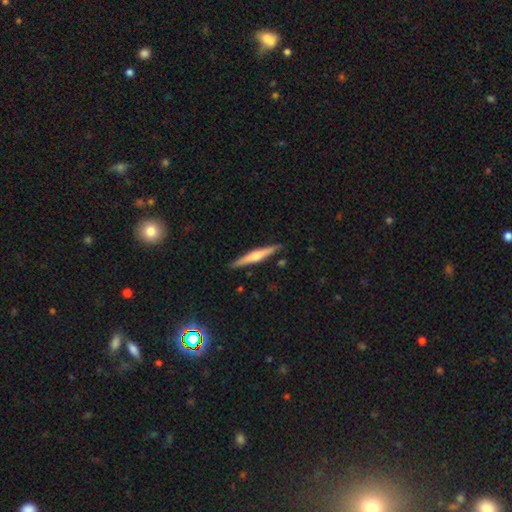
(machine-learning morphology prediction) Smooth or featured?
  - featured or disk: 64% *
  - smooth: 30%
  - star or artifact: 5%
Edge-on disk?
  - yes: 98% *
  - no: 2%
Edge-on bulge?
  - rounded: 83% *
  - boxy: 9%
  - none: 9%
Merging?
  - none: 90% *
  - minor disturbance: 7%
  - merger: 1%
  - major disturbance: 1%